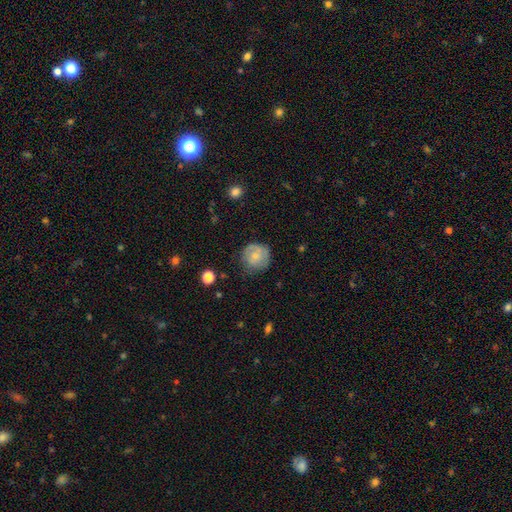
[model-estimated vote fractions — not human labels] Smooth or featured: smooth — 59% (featured or disk — 34%)
How rounded: round — 90% (in between — 9%)
Merging: none — 66% (minor disturbance — 25%)